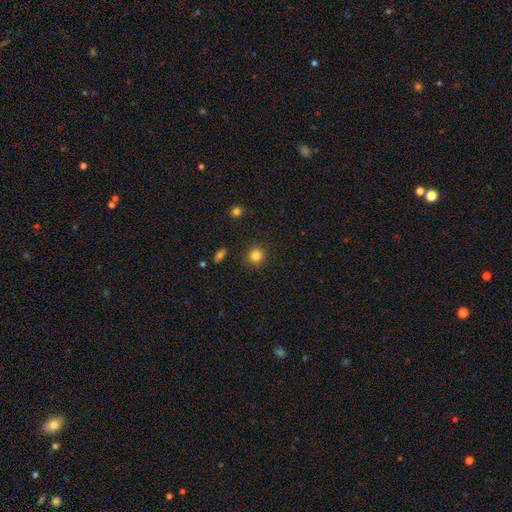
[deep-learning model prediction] The model was most divided on "smooth or featured": smooth: 83%, star or artifact: 12%, featured or disk: 5%. More confident: how rounded — round (90%); merging — none (87%).